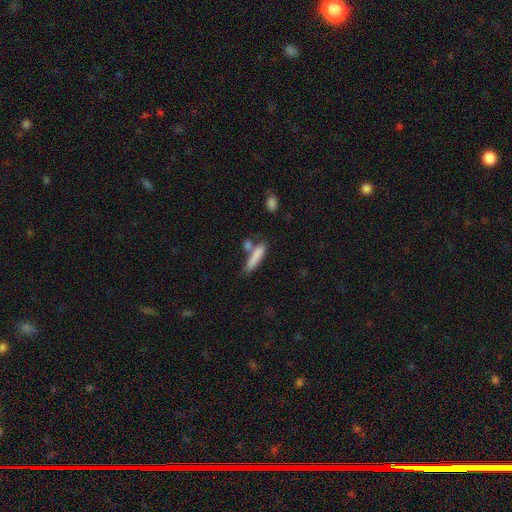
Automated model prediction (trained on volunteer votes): This appears to be a smooth galaxy with no disk features (81%) that is cigar-shaped (75%). Merging: none (57%).